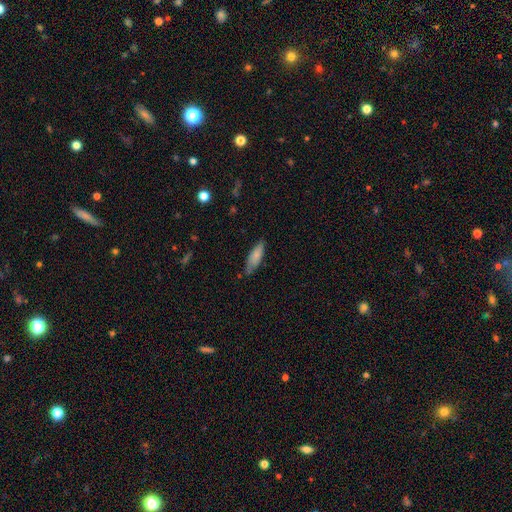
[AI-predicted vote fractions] Smooth or featured: smooth — 79% (featured or disk — 15%)
How rounded: in between — 54% (cigar-shaped — 44%)
Merging: none — 70% (minor disturbance — 25%)